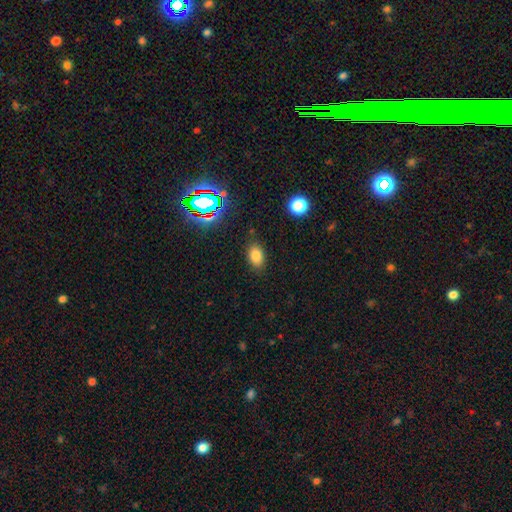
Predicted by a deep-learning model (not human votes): Smooth or featured? smooth (78%)
How rounded? in between (86%)
Merging? none (85%)